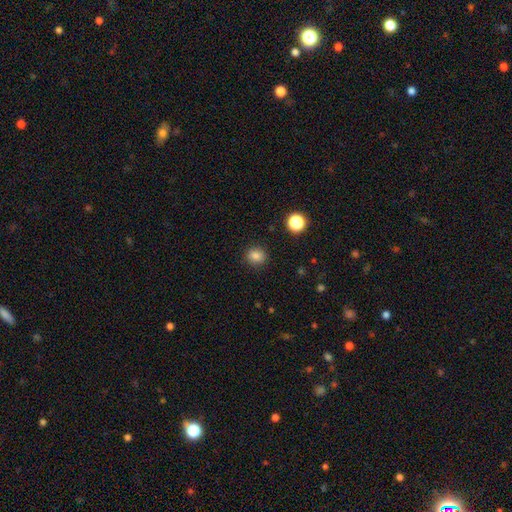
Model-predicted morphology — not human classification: smooth 83%, star or artifact 12%, featured or disk 5%. Down the decision tree: how rounded — round (84%); merging — none (89%).